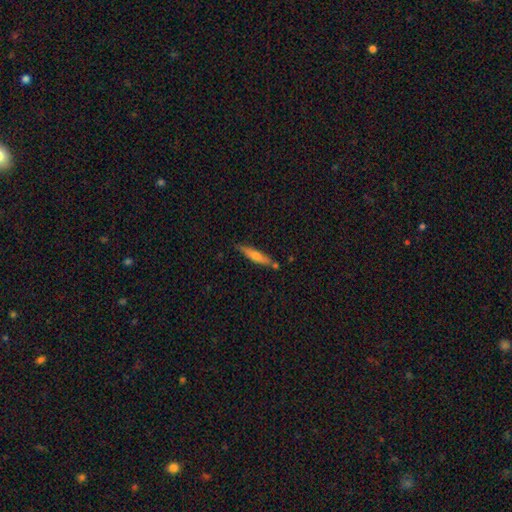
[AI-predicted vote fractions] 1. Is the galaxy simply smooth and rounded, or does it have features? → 52% smooth, 42% featured or disk, 6% star or artifact.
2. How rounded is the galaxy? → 86% cigar-shaped, 12% in between, 2% round.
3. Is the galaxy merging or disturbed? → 77% none, 14% minor disturbance, 7% merger, 3% major disturbance.